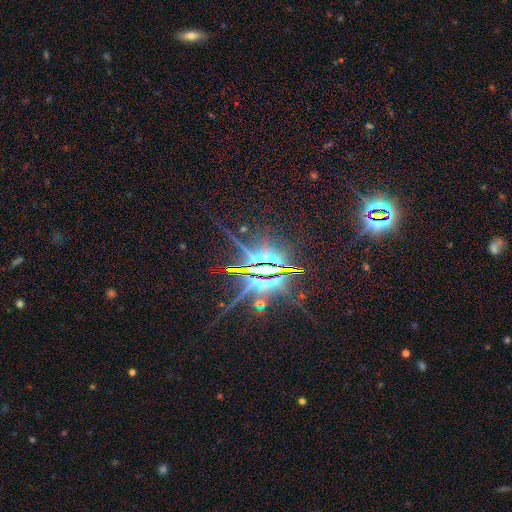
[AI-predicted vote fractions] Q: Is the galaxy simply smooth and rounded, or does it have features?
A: star or artifact — 83%.